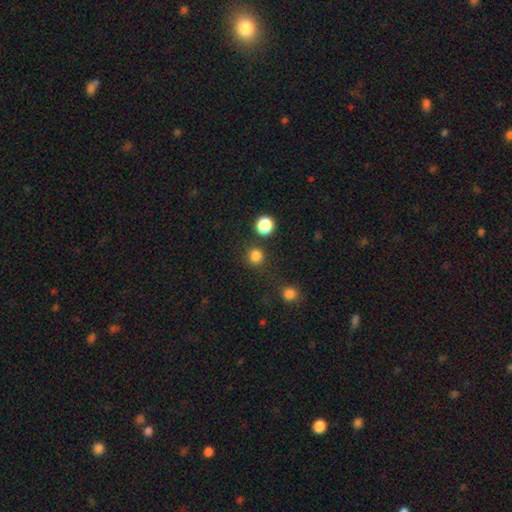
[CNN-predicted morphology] A smooth galaxy with no disk features (82%) that is round (91%).

Vote fractions:
- Smooth or featured? smooth: 82% / star or artifact: 14% / featured or disk: 3%
- How rounded? round: 91% / in between: 8% / cigar-shaped: 1%
- Merging? none: 80% / minor disturbance: 8% / merger: 8% / major disturbance: 4%